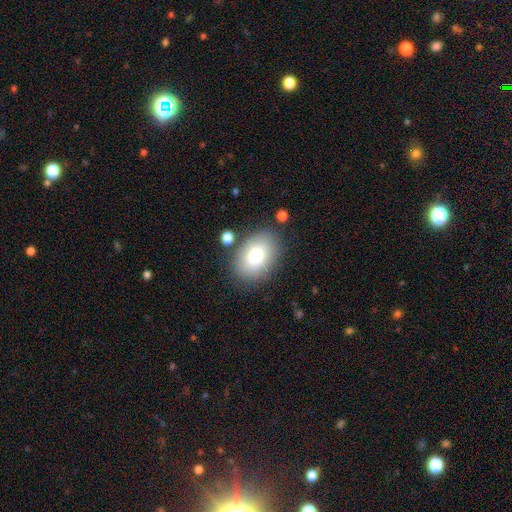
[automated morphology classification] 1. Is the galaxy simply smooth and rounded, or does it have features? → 78% smooth, 13% featured or disk, 9% star or artifact.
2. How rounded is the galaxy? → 79% in between, 20% round, 1% cigar-shaped.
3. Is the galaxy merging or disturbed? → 81% none, 11% minor disturbance, 4% major disturbance, 4% merger.